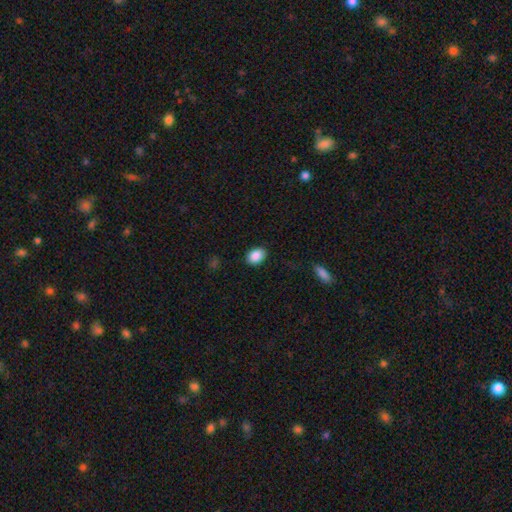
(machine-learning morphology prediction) Overall: smooth (89%). How rounded: in between (73%). Merging: none (88%).